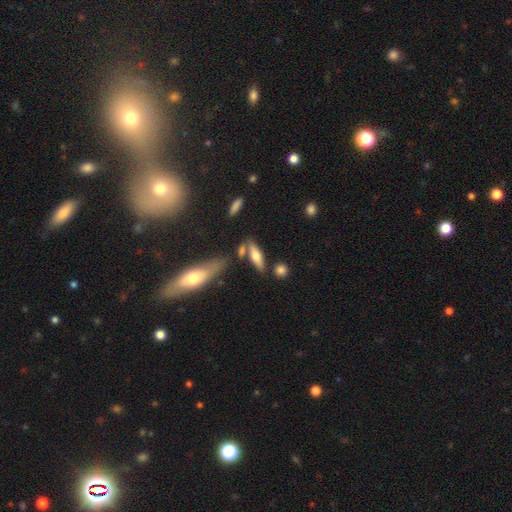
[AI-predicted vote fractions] Smooth or featured? smooth (59%)
How rounded? cigar-shaped (50%)
Merging? none (65%)